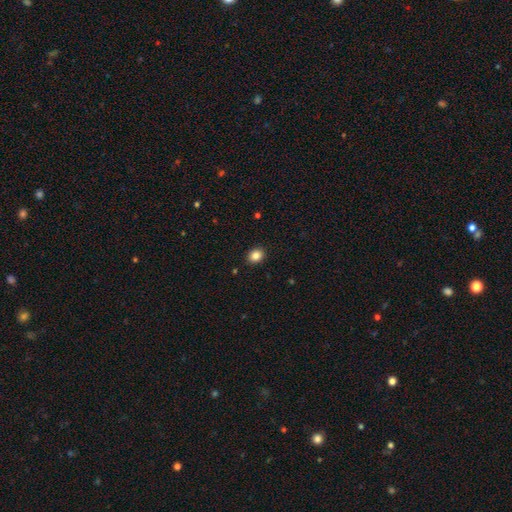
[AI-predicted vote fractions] smooth_or_featured: smooth (p=0.86) [alt: star or artifact p=0.10]
how_rounded: in between (p=0.50) [alt: round p=0.49]
merging: none (p=0.91) [alt: minor disturbance p=0.07]